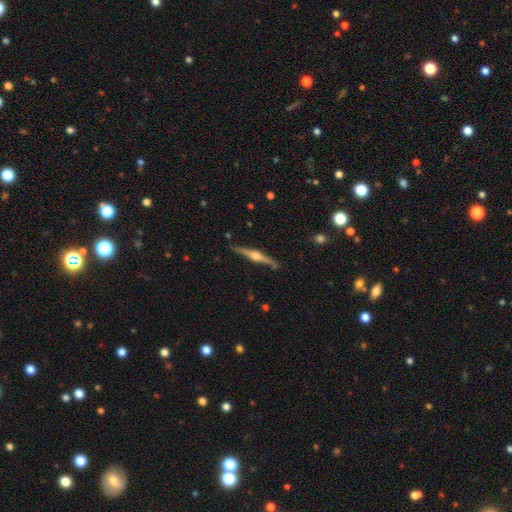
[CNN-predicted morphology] This is likely a featured or disk galaxy (79%). It is clearly viewed edge-on (98%). Edge-on bulge: clearly rounded (93%). Merging: clearly none (87%).